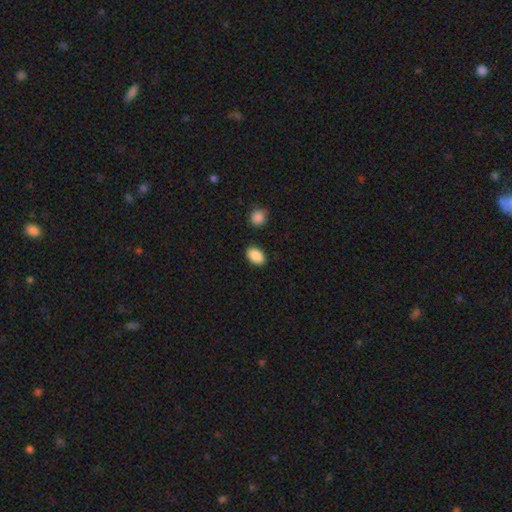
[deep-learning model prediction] This appears to be a smooth galaxy with no disk features (89%) that is in between round and cigar-shaped (88%). Merging: none (87%).